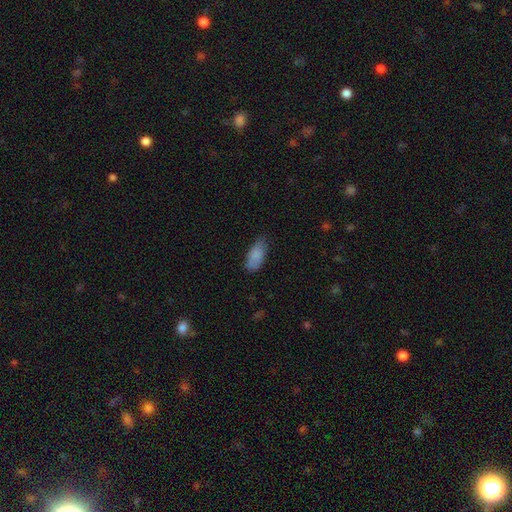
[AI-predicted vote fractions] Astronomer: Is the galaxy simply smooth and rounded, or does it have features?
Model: smooth — 86%.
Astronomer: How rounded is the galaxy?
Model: in between — 89%.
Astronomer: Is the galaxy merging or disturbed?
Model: none — 70%.